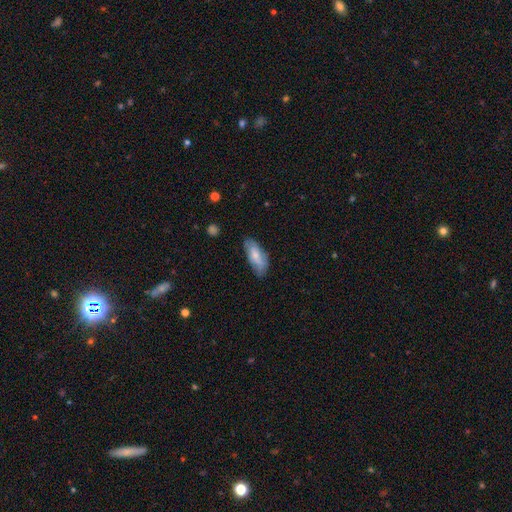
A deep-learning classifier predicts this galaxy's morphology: Smooth or featured? Predicted: smooth (p=0.68). How rounded? Predicted: in between (p=0.80). Merging? Predicted: none (p=0.65).